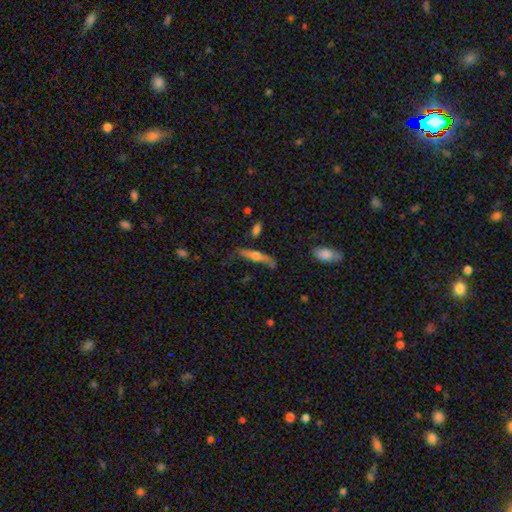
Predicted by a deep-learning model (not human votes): featured or disk 48%, smooth 45%, star or artifact 8%. Down the decision tree: merging — none (60%).